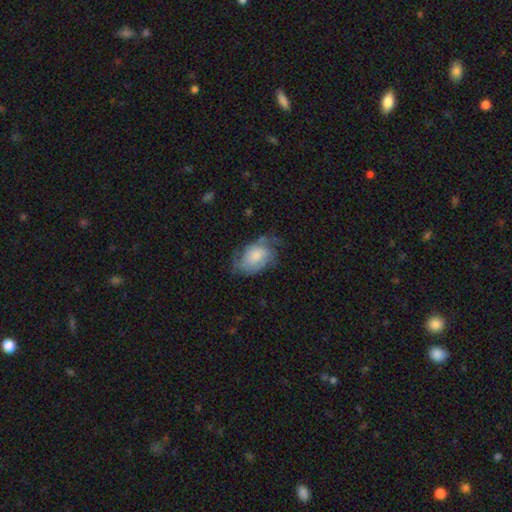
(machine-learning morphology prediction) Smooth or featured? Predicted: featured or disk (p=0.48). Merging? Predicted: none (p=0.47).